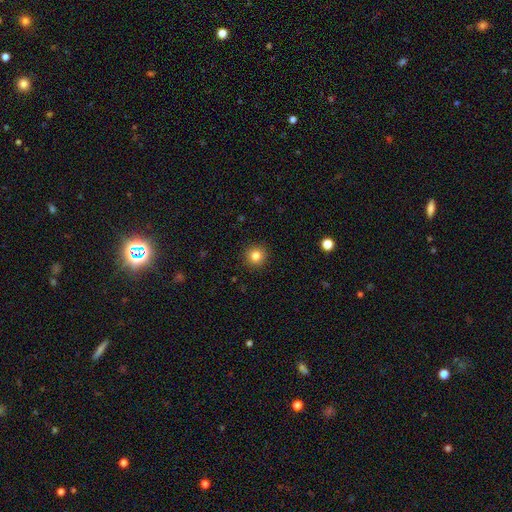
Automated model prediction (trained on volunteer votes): A smooth galaxy with no disk features (83%) that is round (95%). Merging: none (93%).